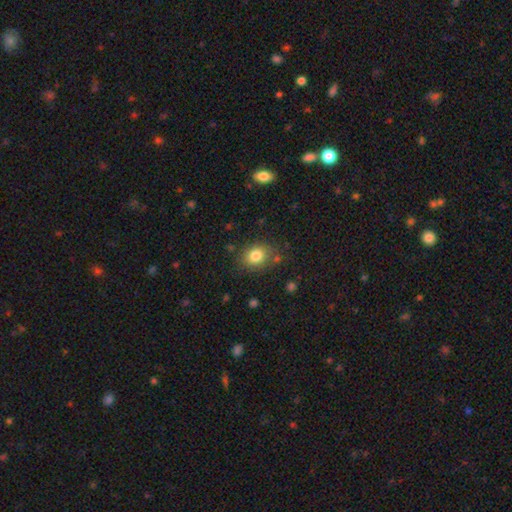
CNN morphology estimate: The model was most divided on "how rounded": round: 51%, in between: 48%, cigar-shaped: 1%. More confident: smooth or featured — smooth (82%); merging — none (77%).